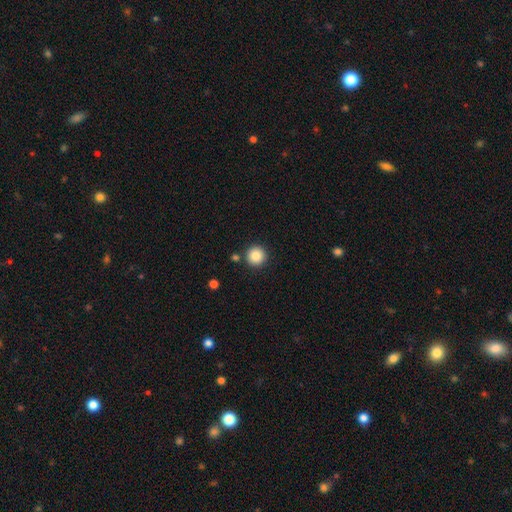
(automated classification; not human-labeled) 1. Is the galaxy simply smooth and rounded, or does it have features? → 86% smooth, 9% star or artifact, 5% featured or disk.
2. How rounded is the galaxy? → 96% round, 3% in between, 1% cigar-shaped.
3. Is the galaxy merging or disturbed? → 88% none, 6% minor disturbance, 4% merger, 2% major disturbance.